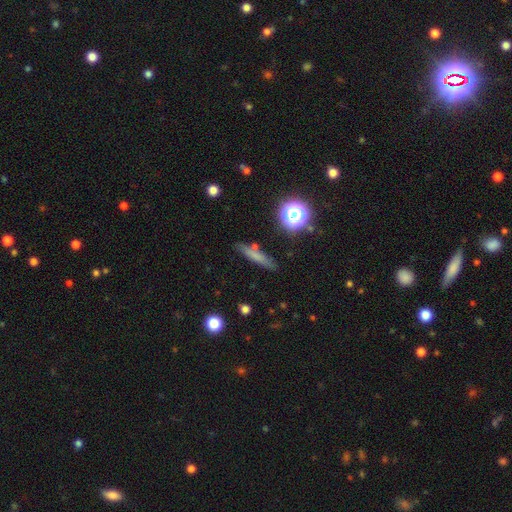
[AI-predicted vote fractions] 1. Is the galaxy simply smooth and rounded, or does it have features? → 64% smooth, 24% featured or disk, 13% star or artifact.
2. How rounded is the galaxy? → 85% cigar-shaped, 9% in between, 6% round.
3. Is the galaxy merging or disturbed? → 81% none, 12% minor disturbance, 4% merger, 3% major disturbance.